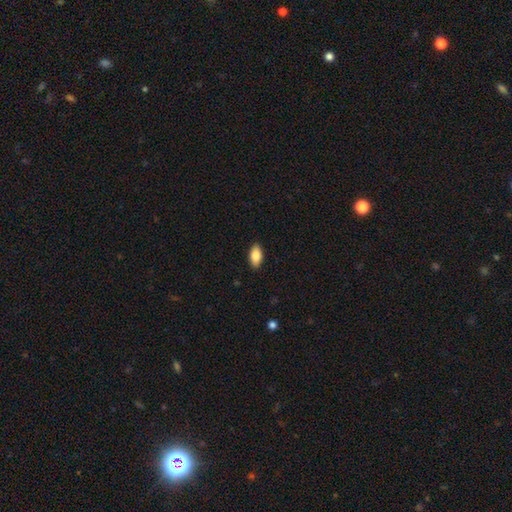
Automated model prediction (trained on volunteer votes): Smooth or featured?
  - smooth: 83% *
  - featured or disk: 10%
  - star or artifact: 7%
How rounded?
  - in between: 91% *
  - cigar-shaped: 6%
  - round: 3%
Merging?
  - none: 89% *
  - minor disturbance: 9%
  - major disturbance: 2%
  - merger: 1%